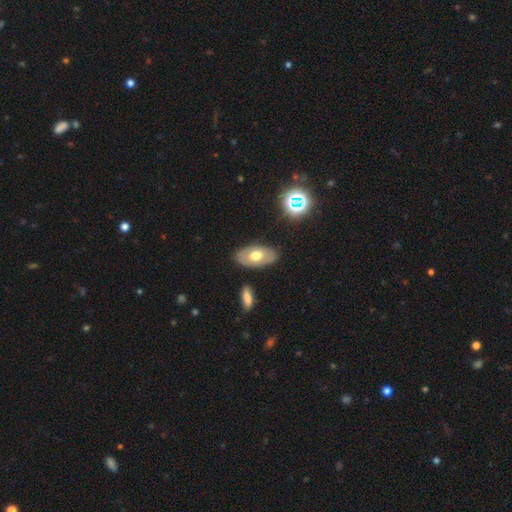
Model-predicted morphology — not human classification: Smooth or featured?
  - smooth: 52% *
  - featured or disk: 40%
  - star or artifact: 8%
How rounded?
  - in between: 91% *
  - round: 7%
  - cigar-shaped: 2%
Merging?
  - none: 81% *
  - minor disturbance: 13%
  - major disturbance: 3%
  - merger: 2%